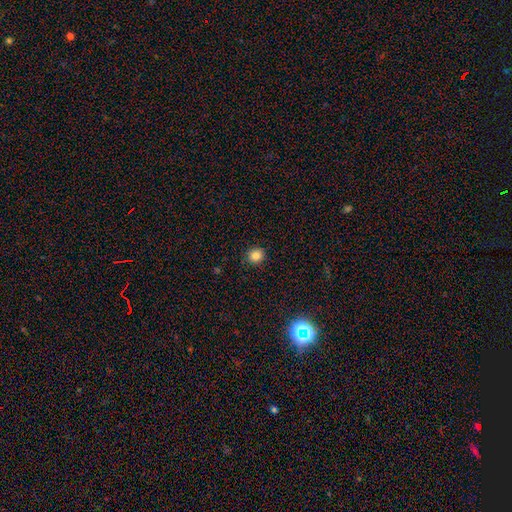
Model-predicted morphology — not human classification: smooth-or-featured: smooth: 82% | star or artifact: 13% | featured or disk: 5%
  how-rounded: round: 85% | in between: 14% | cigar-shaped: 1%
  merging: none: 90% | minor disturbance: 7% | major disturbance: 2% | merger: 1%